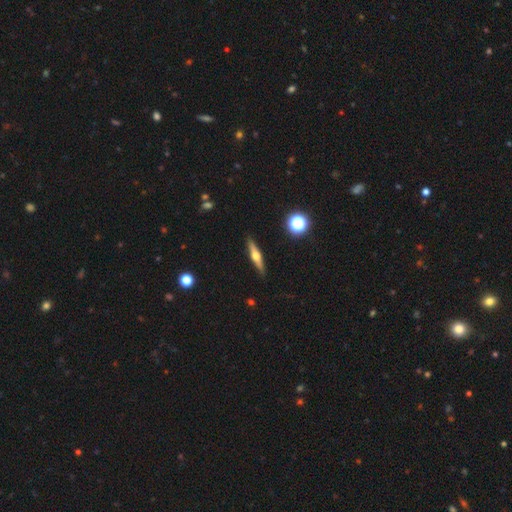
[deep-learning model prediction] Smooth or featured: featured or disk — 60% (smooth — 33%)
Edge-on disk: yes — 95% (no — 5%)
Edge-on bulge: rounded — 93% (boxy — 4%)
Merging: none — 90% (minor disturbance — 7%)